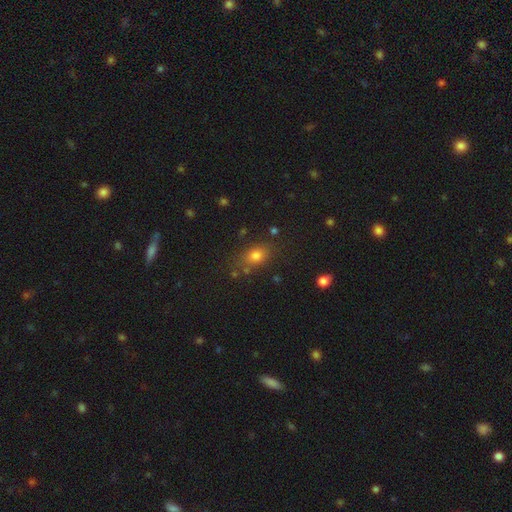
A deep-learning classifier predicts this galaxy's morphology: Q: Smooth or featured?
A: smooth (74%); runner-up: star or artifact (16%)
Q: How rounded?
A: in between (62%); runner-up: round (35%)
Q: Merging?
A: none (77%); runner-up: minor disturbance (13%)